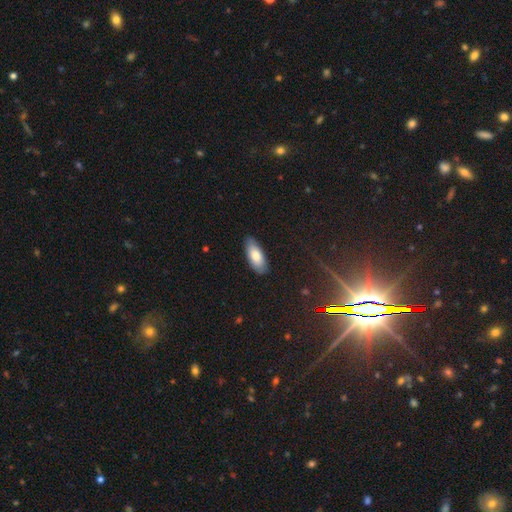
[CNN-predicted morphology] smooth-or-featured: smooth: 78% | featured or disk: 16% | star or artifact: 6%
  how-rounded: in between: 83% | cigar-shaped: 15% | round: 2%
  merging: none: 85% | minor disturbance: 12% | major disturbance: 2% | merger: 1%